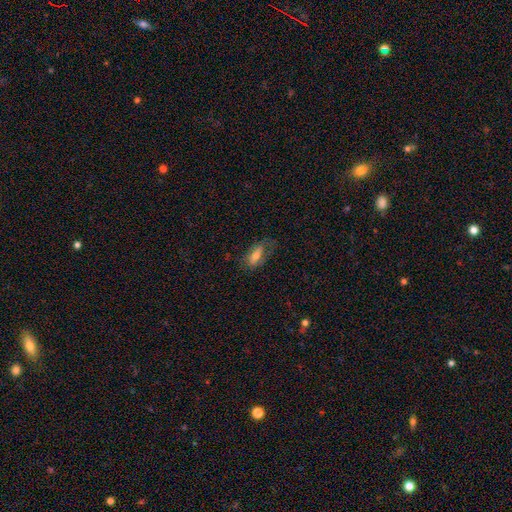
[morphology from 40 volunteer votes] Smooth or featured? 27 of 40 (68%) said smooth. How rounded? 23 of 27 (85%) said in between. Merging? 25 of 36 (69%) said none.